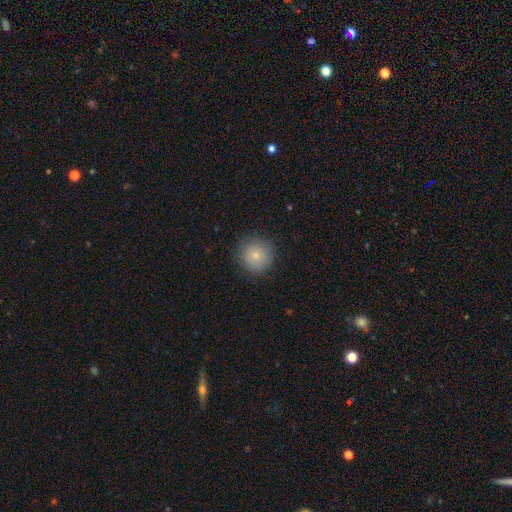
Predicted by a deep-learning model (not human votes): Smooth or featured? smooth (79%)
How rounded? round (94%)
Merging? none (88%)